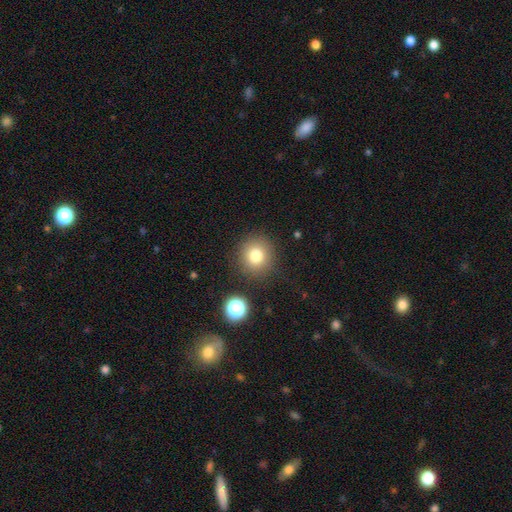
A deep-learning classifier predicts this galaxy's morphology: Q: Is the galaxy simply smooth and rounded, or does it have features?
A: smooth — 79%.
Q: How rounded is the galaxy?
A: round — 91%.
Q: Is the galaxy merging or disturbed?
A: none — 86%.